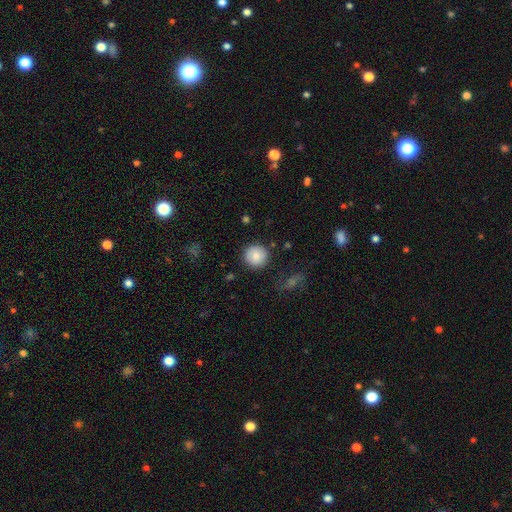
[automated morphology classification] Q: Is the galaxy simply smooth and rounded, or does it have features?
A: smooth — 86%.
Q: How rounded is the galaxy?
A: round — 94%.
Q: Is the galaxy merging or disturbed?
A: none — 88%.